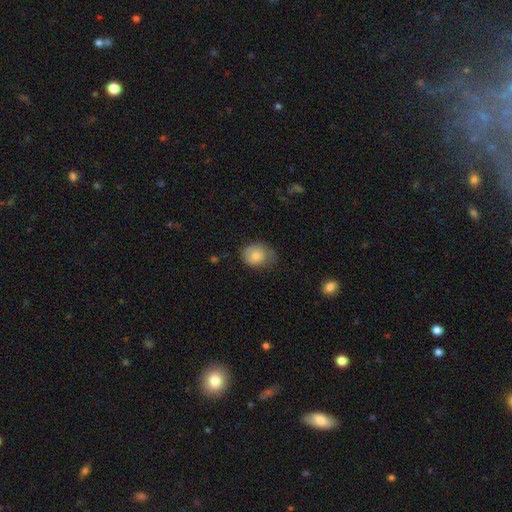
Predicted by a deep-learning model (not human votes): A smooth galaxy with no disk features (77%) that is round (57%). Merging: none (52%).